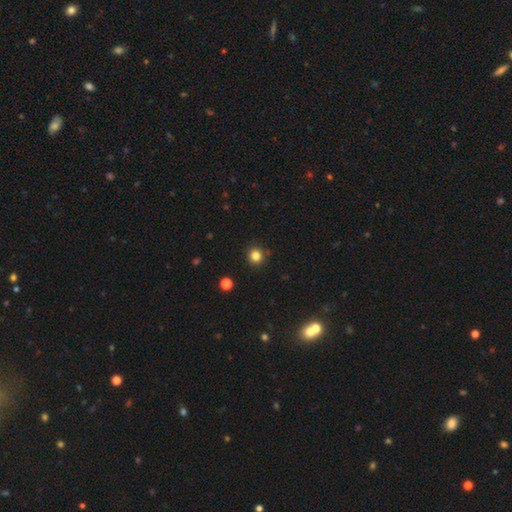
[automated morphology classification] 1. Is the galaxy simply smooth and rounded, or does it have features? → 82% smooth, 13% star or artifact, 5% featured or disk.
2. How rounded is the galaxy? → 93% round, 6% in between, 1% cigar-shaped.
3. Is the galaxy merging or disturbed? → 91% none, 6% minor disturbance, 2% major disturbance, 2% merger.